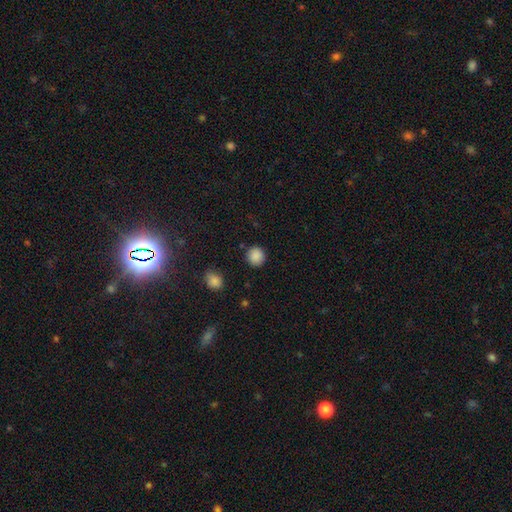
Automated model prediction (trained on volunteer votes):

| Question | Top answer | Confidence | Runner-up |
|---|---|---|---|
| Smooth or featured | smooth | 88% | star or artifact (9%) |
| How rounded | round | 91% | in between (8%) |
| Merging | none | 88% | minor disturbance (7%) |